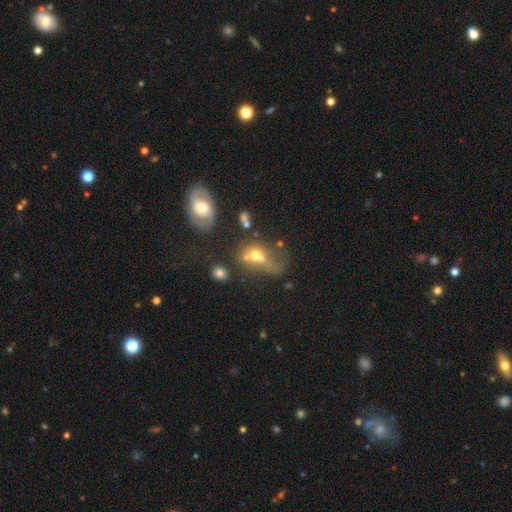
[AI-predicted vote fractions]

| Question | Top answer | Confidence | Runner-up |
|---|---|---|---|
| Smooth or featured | smooth | 51% | featured or disk (32%) |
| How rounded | in between | 59% | round (37%) |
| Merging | merger | 42% | major disturbance (23%) |